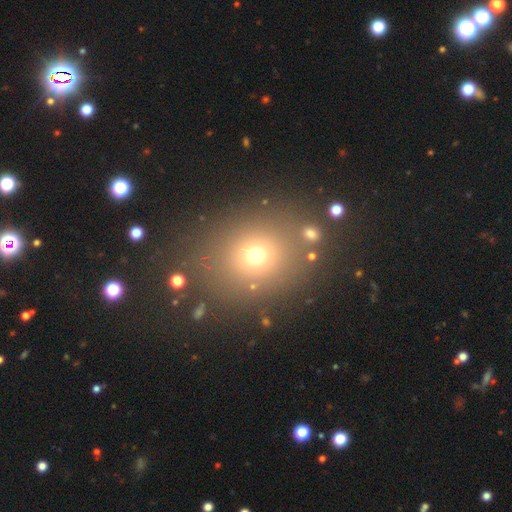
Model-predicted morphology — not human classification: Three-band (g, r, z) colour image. It shows a smooth galaxy with no disk features (67%) that is round (70%). Merging: none (80%).